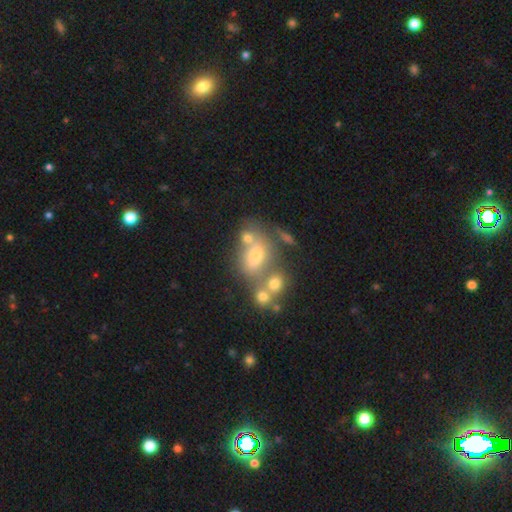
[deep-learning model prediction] Q: Smooth or featured?
A: smooth (56%); runner-up: featured or disk (28%)
Q: How rounded?
A: in between (72%); runner-up: round (24%)
Q: Merging?
A: none (39%); runner-up: merger (37%)